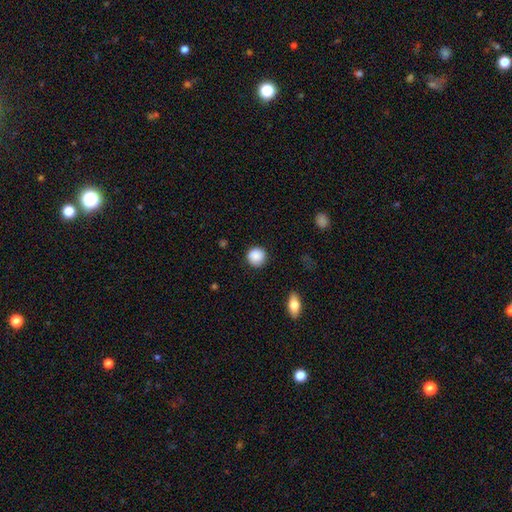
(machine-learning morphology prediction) type=smooth (89%); roundness=round (93%); merging=none (88%).